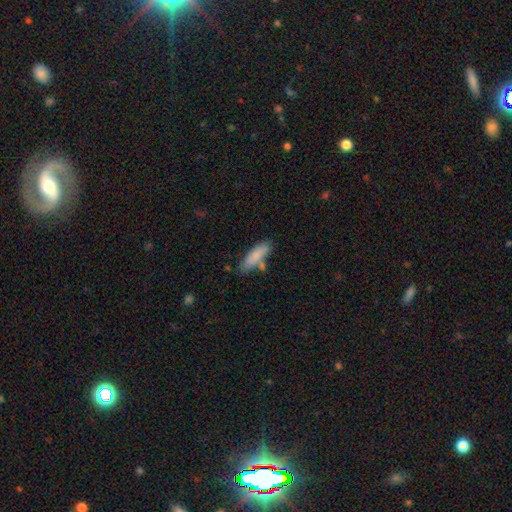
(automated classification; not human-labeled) The model was most divided on "how rounded": cigar-shaped: 50%, in between: 48%, round: 2%. More confident: smooth or featured — smooth (82%); merging — none (65%).